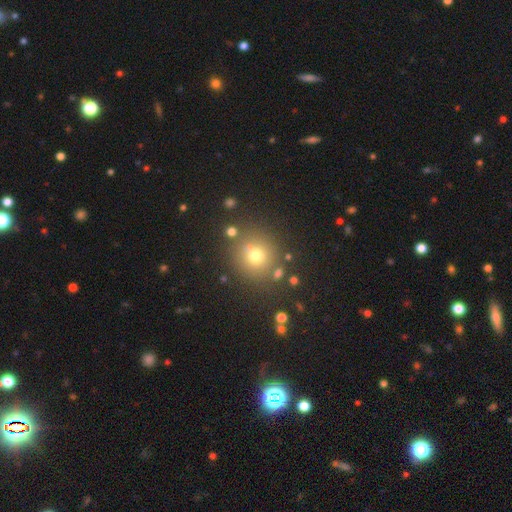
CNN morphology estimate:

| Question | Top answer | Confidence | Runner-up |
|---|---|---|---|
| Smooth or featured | smooth | 71% | star or artifact (19%) |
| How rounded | round | 91% | in between (8%) |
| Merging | none | 79% | minor disturbance (9%) |